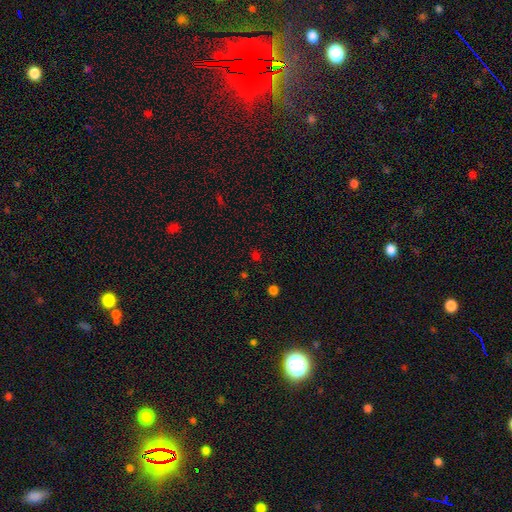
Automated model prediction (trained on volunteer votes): smooth-or-featured: smooth: 50% | star or artifact: 44% | featured or disk: 5%
  how-rounded: round: 82% | in between: 17% | cigar-shaped: 1%
  merging: none: 82% | minor disturbance: 10% | major disturbance: 4% | merger: 4%